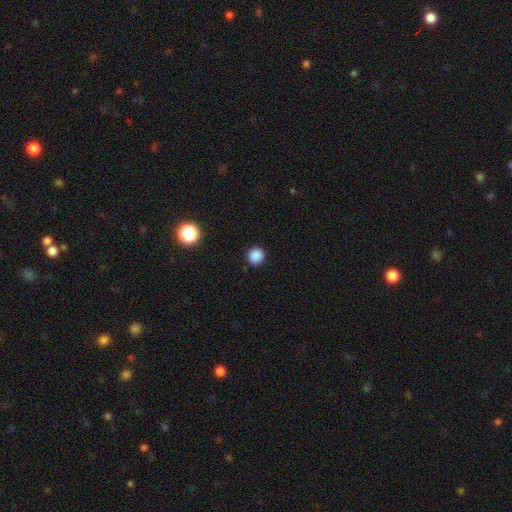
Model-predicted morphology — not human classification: smooth-or-featured: smooth: 87% | star or artifact: 11% | featured or disk: 2%
  how-rounded: round: 95% | in between: 4% | cigar-shaped: 1%
  merging: none: 92% | minor disturbance: 5% | major disturbance: 2% | merger: 1%